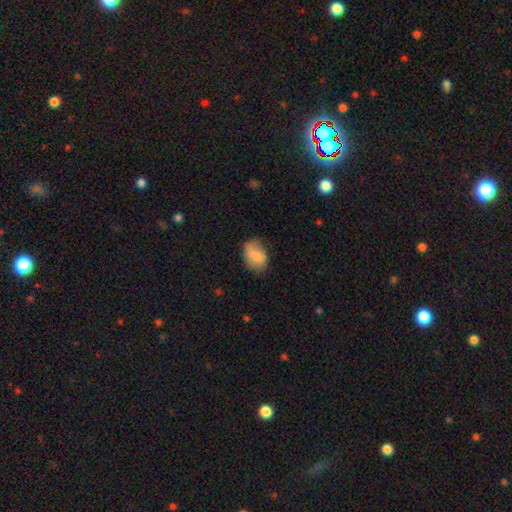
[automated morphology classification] Smooth or featured: smooth — 80% (featured or disk — 13%)
How rounded: in between — 82% (round — 17%)
Merging: none — 65% (minor disturbance — 28%)